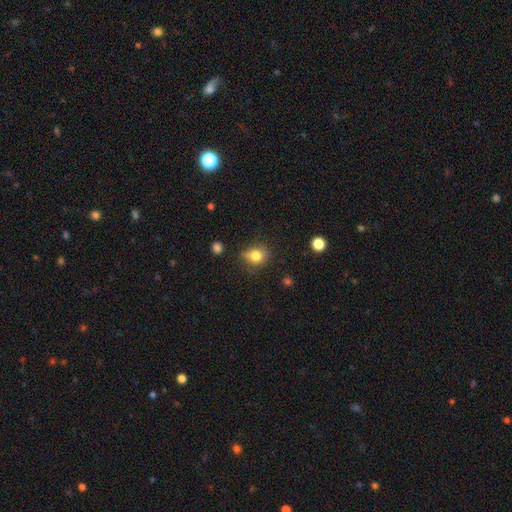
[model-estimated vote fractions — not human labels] The model was most divided on "how rounded": round: 60%, in between: 38%, cigar-shaped: 2%. More confident: smooth or featured — smooth (76%); merging — none (57%).